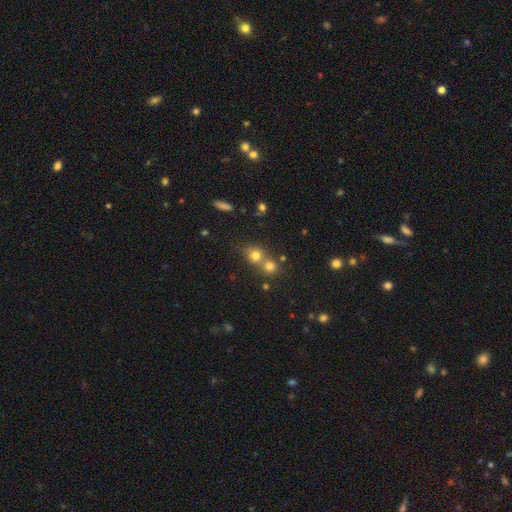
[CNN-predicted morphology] This is likely a smooth galaxy (75%). How rounded: likely round (79%). Merging: possibly merger (48%).